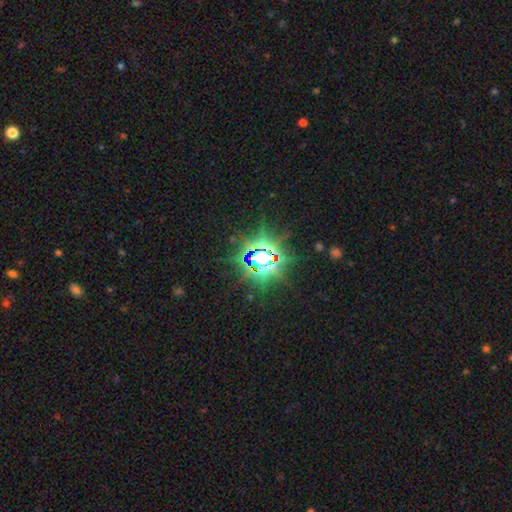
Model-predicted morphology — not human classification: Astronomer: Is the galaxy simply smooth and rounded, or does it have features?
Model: star or artifact — 81%.